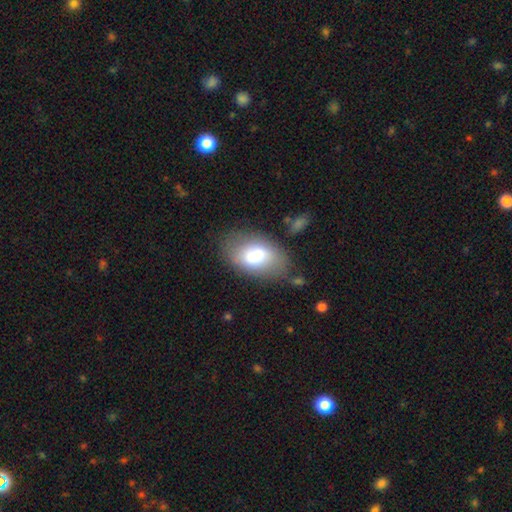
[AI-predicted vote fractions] Smooth or featured: smooth — 73% (featured or disk — 19%)
How rounded: in between — 91% (round — 8%)
Merging: none — 70% (minor disturbance — 18%)